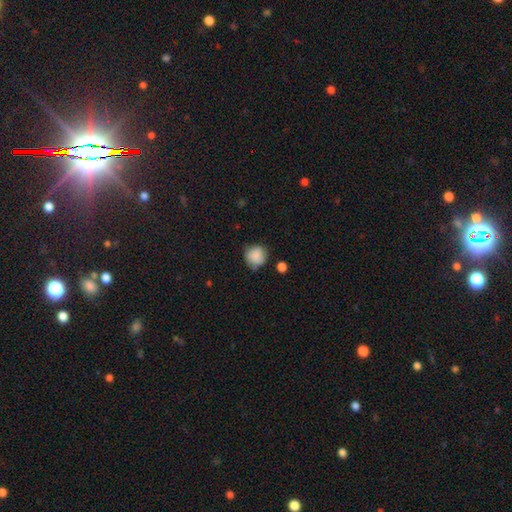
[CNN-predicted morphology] smooth-or-featured: smooth: 85% | star or artifact: 9% | featured or disk: 6%
  how-rounded: round: 87% | in between: 12% | cigar-shaped: 1%
  merging: none: 67% | minor disturbance: 23% | major disturbance: 6% | merger: 4%